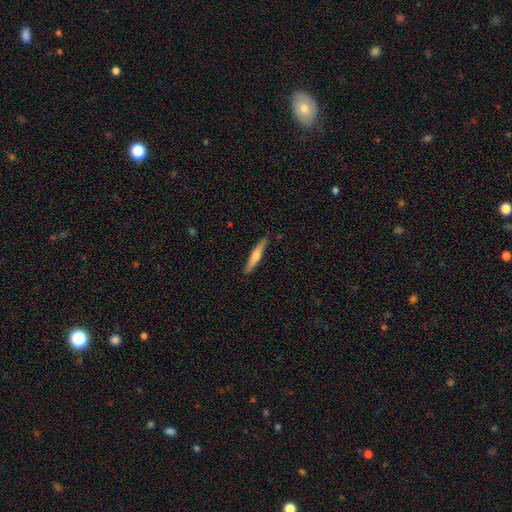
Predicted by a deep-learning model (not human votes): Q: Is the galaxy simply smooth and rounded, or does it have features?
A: smooth — 49%.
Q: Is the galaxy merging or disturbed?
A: none — 88%.